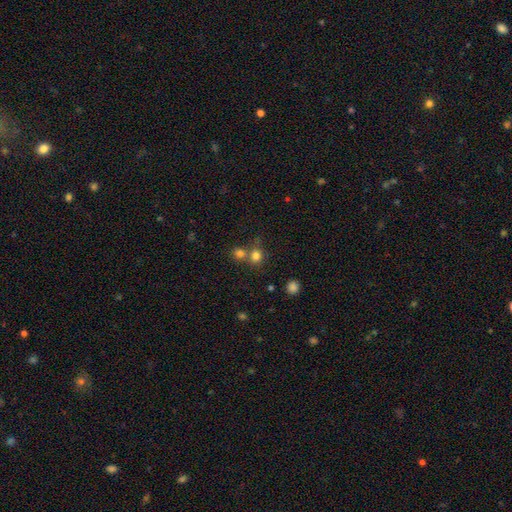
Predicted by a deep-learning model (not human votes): This appears to be a smooth galaxy with no disk features (78%) that is round (85%). Merging: none (53%).